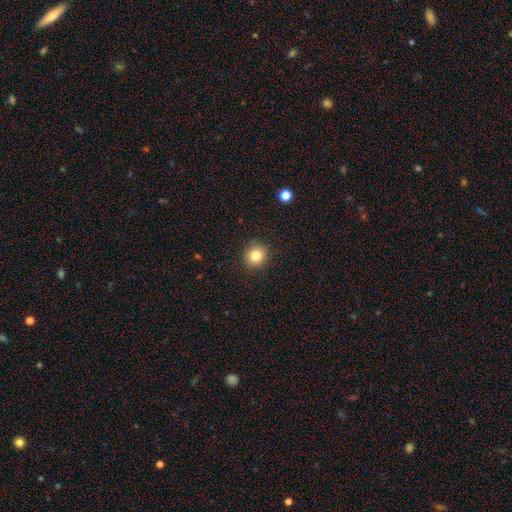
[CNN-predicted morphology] A smooth galaxy with no disk features (83%) that is round (87%).

Vote fractions:
- Smooth or featured? smooth: 83% / star or artifact: 11% / featured or disk: 6%
- How rounded? round: 87% / in between: 12% / cigar-shaped: 1%
- Merging? none: 91% / minor disturbance: 6% / major disturbance: 2% / merger: 1%